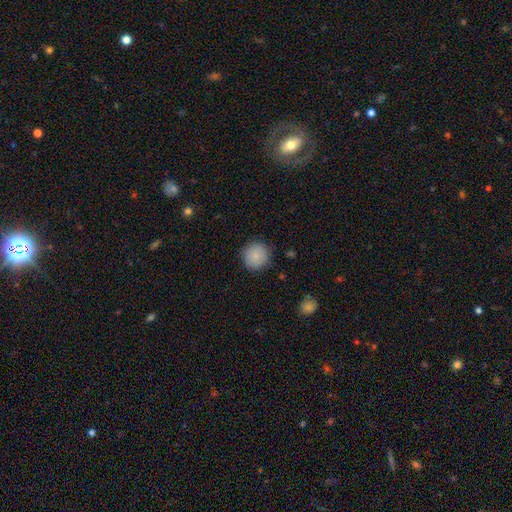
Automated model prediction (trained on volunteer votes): Q: Smooth or featured?
A: smooth (85%); runner-up: star or artifact (8%)
Q: How rounded?
A: round (94%); runner-up: in between (5%)
Q: Merging?
A: none (88%); runner-up: minor disturbance (8%)